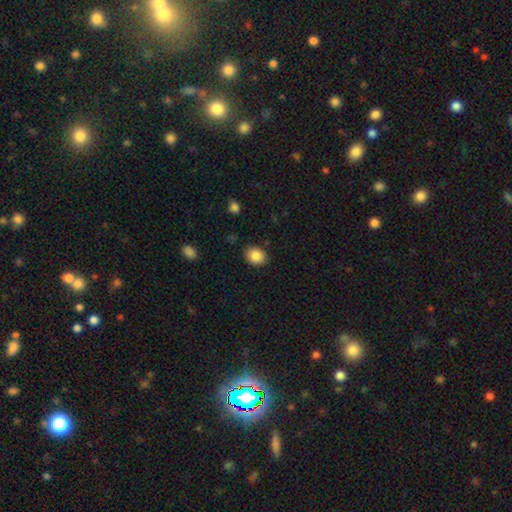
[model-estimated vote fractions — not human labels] A smooth galaxy with no disk features (86%) that is round (52%). Merging: none (86%).